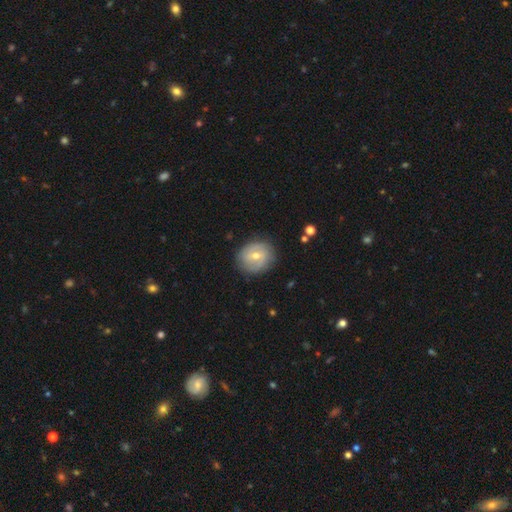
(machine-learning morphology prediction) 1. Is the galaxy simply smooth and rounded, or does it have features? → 54% featured or disk, 38% smooth, 8% star or artifact.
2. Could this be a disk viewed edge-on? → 96% no, 4% yes.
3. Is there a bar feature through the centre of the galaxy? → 46% no, 43% weak, 11% strong.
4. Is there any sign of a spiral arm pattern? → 68% yes, 32% no.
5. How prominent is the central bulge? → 52% moderate, 45% small, 1% large, 1% none, 1% dominant.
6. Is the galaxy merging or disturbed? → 82% none, 13% minor disturbance, 4% major disturbance, 1% merger.